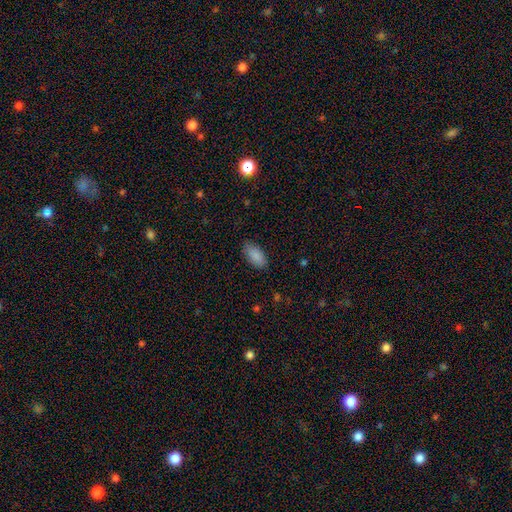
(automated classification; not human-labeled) The model was most divided on "merging": none: 81%, minor disturbance: 15%, major disturbance: 3%, merger: 1%. More confident: how rounded — in between (93%); smooth or featured — smooth (88%).